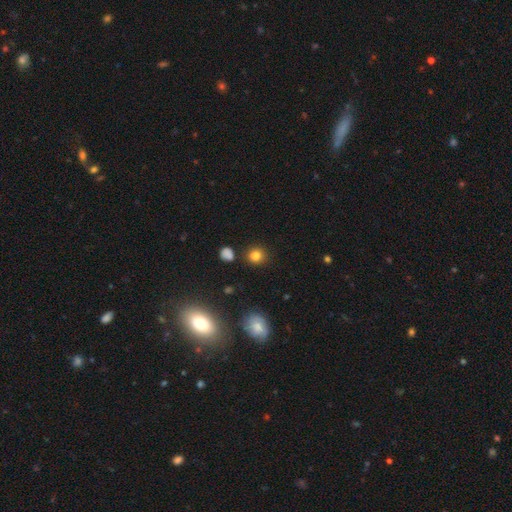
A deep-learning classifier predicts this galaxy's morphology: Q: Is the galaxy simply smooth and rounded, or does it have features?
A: smooth — 81%.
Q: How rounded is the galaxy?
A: round — 87%.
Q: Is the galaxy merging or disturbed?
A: none — 86%.